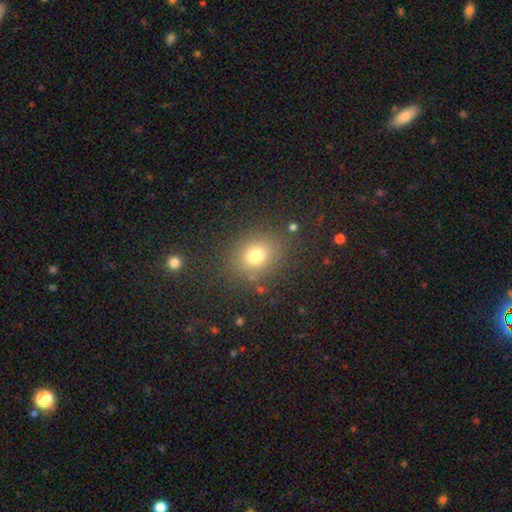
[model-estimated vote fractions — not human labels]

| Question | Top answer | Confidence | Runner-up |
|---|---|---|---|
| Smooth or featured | smooth | 75% | star or artifact (16%) |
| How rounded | round | 63% | in between (36%) |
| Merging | none | 82% | minor disturbance (10%) |